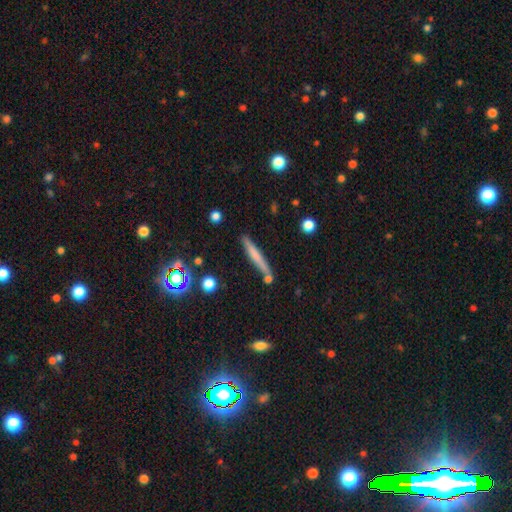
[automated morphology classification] A smooth galaxy with no disk features (56%) that is cigar-shaped (95%). Merging: none (79%).